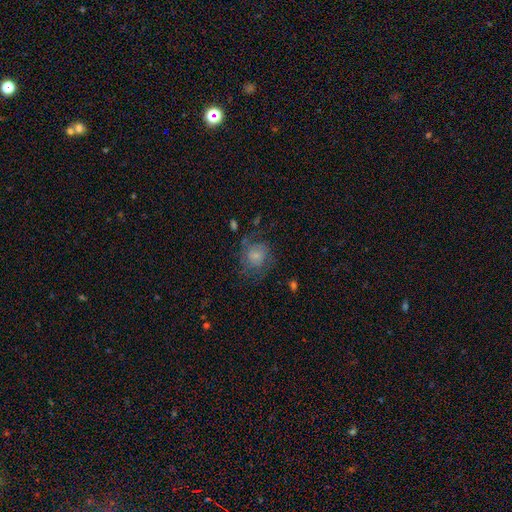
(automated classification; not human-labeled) smooth-or-featured: smooth: 56% | featured or disk: 35% | star or artifact: 9%
  how-rounded: round: 72% | in between: 27% | cigar-shaped: 1%
  merging: none: 54% | minor disturbance: 22% | major disturbance: 22% | merger: 2%